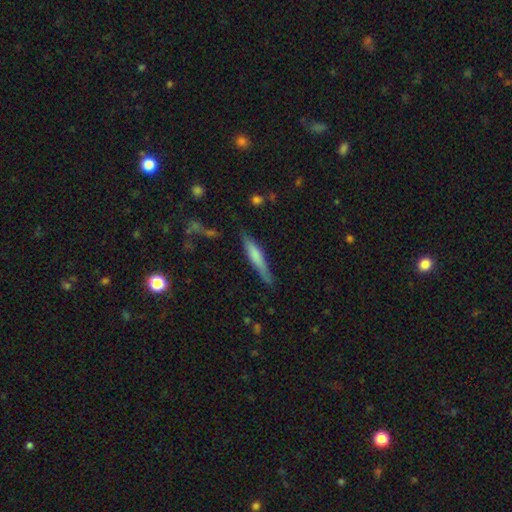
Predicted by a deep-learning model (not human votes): smooth-or-featured: smooth: 62% | featured or disk: 32% | star or artifact: 6%
  how-rounded: cigar-shaped: 90% | in between: 9% | round: 2%
  merging: none: 74% | minor disturbance: 19% | major disturbance: 4% | merger: 3%